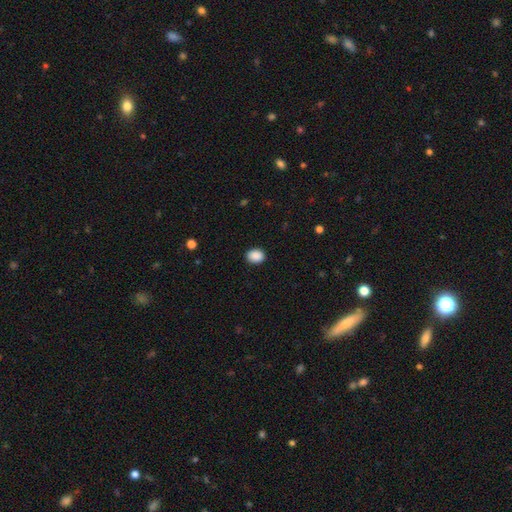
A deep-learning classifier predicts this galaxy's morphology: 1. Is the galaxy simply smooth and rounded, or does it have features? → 89% smooth, 8% star or artifact, 2% featured or disk.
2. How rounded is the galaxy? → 52% in between, 47% round, 1% cigar-shaped.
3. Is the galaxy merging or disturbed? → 90% none, 7% minor disturbance, 2% major disturbance, 1% merger.